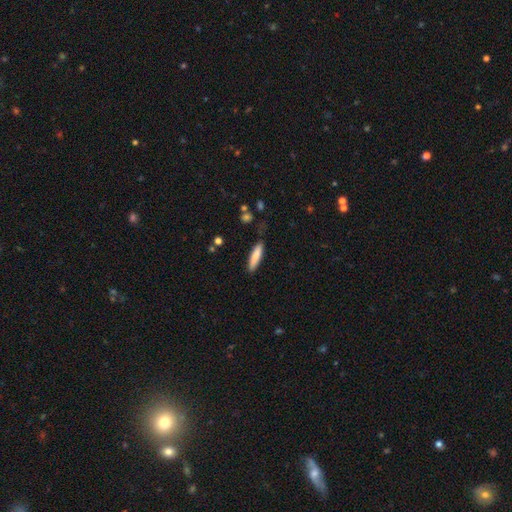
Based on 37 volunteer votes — Morphology: type=smooth (86%); roundness=cigar-shaped (100%); merging=none (92%).